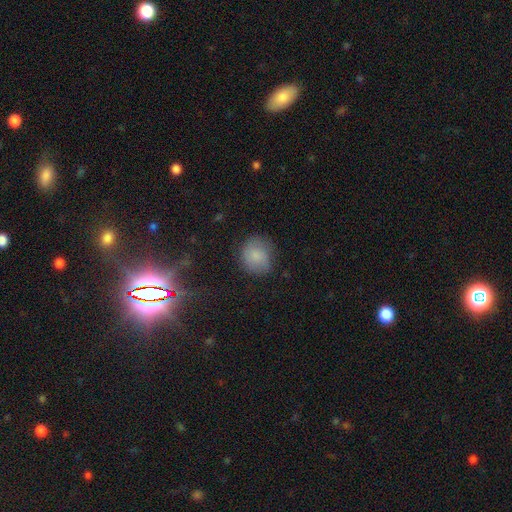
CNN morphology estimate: smooth_or_featured: smooth (p=0.78) [alt: featured or disk p=0.14]
how_rounded: round (p=0.81) [alt: in between p=0.18]
merging: none (p=0.72) [alt: minor disturbance p=0.21]